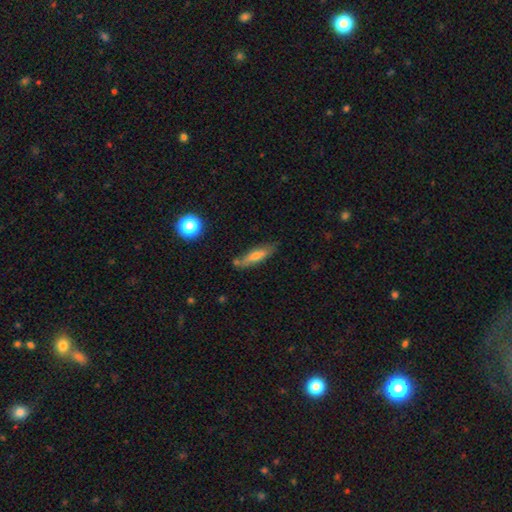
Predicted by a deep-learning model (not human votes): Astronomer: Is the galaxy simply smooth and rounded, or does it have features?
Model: smooth — 57% (runner-up: featured or disk, 35%).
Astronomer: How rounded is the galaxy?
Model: cigar-shaped — 66%.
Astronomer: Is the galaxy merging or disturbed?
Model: none — 71%.